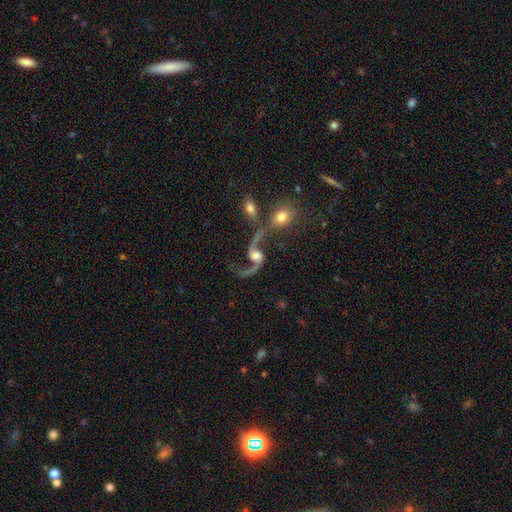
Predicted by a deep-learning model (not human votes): A featured or disk galaxy (89%) with no bar (60%), 2 (93%) loose (89%) spiral arms (96%) and a moderate central bulge (46%). Merging: none (50%).